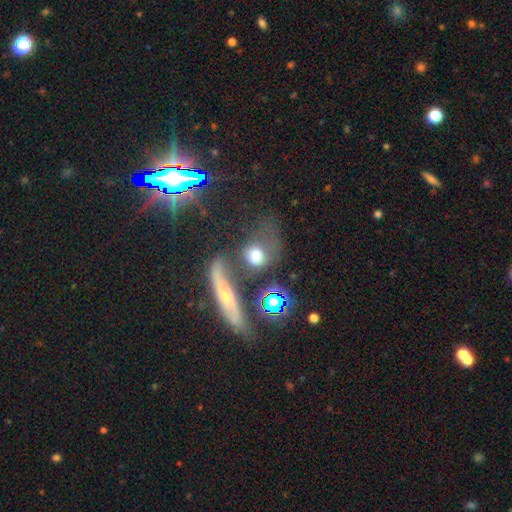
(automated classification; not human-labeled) This appears to be a smooth galaxy with no disk features (63%) that is round (58%). Merging: none (35%).